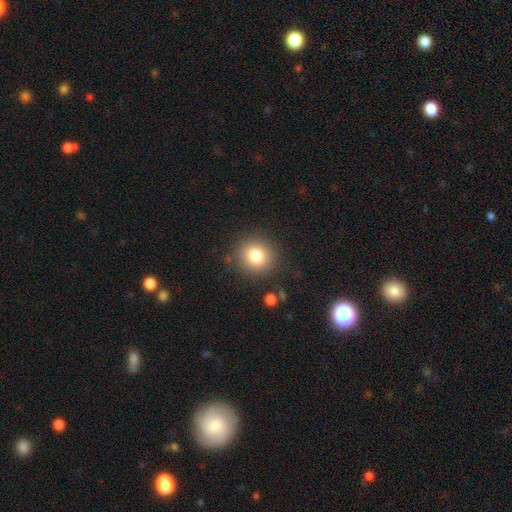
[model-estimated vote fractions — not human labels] Smooth or featured? Predicted: smooth (p=0.81). How rounded? Predicted: round (p=0.86). Merging? Predicted: none (p=0.87).